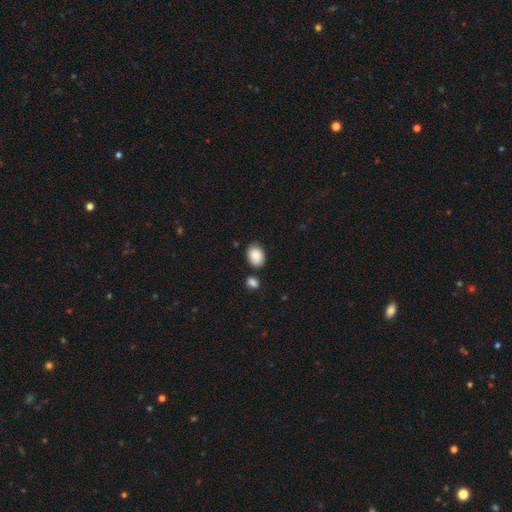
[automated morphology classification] Smooth or featured? Predicted: smooth (p=0.87). How rounded? Predicted: in between (p=0.71). Merging? Predicted: none (p=0.75).